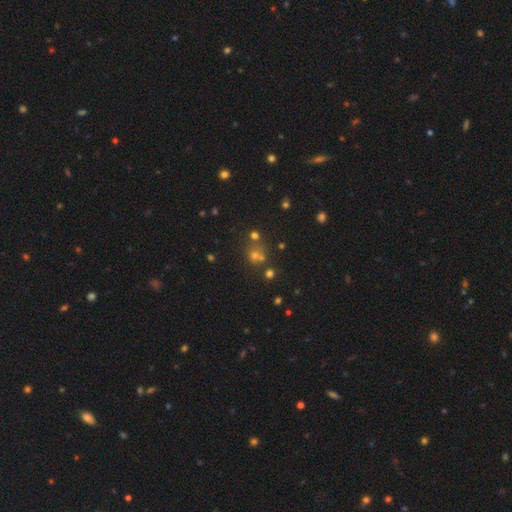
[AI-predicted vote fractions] smooth-or-featured: smooth: 51% | star or artifact: 37% | featured or disk: 12%
  how-rounded: round: 87% | in between: 12% | cigar-shaped: 1%
  merging: none: 60% | merger: 29% | minor disturbance: 8% | major disturbance: 4%